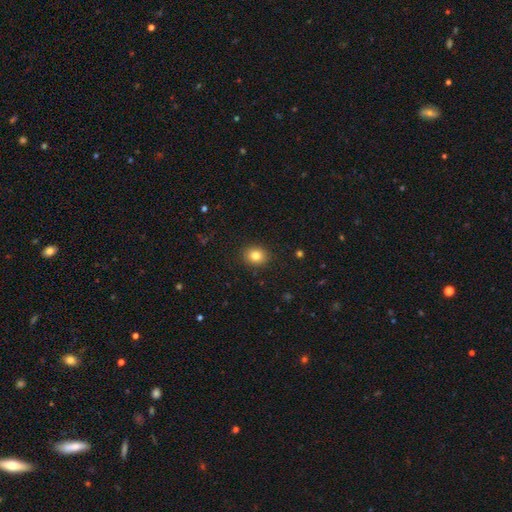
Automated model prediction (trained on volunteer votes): smooth 82%, star or artifact 11%, featured or disk 7%. Down the decision tree: how rounded — round (67%); merging — none (90%).